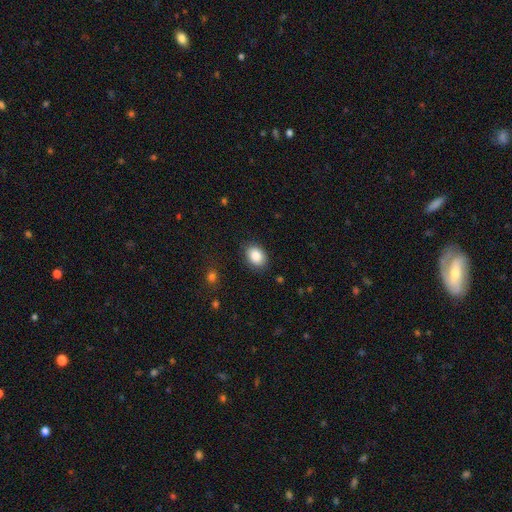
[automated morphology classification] The model was most divided on "how rounded": in between: 74%, round: 25%, cigar-shaped: 1%. More confident: smooth or featured — smooth (87%); merging — none (85%).